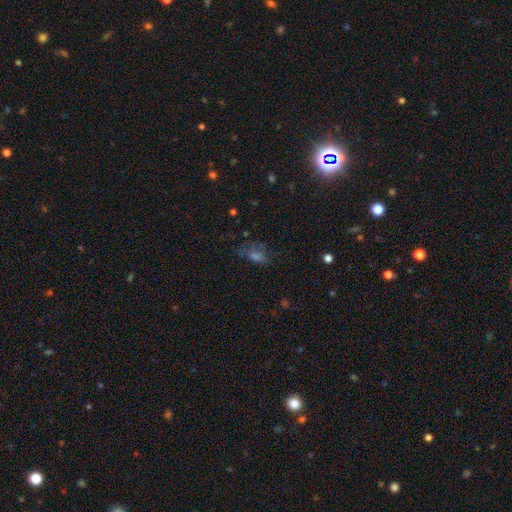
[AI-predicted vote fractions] Q: Smooth or featured?
A: smooth (41%); runner-up: star or artifact (36%)
Q: Merging?
A: none (57%); runner-up: minor disturbance (22%)